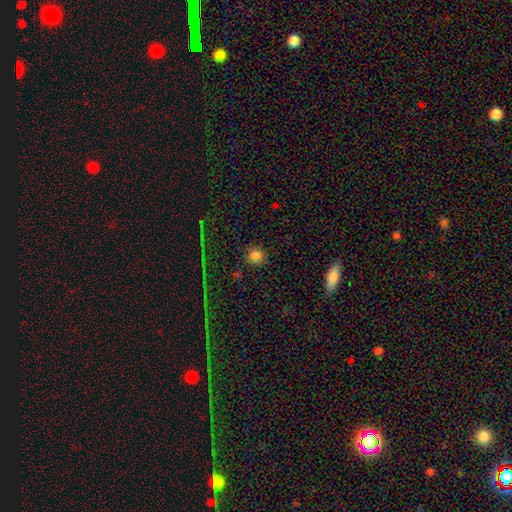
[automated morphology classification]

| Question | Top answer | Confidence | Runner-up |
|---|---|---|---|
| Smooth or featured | smooth | 78% | star or artifact (17%) |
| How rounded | round | 91% | in between (8%) |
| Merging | none | 86% | minor disturbance (9%) |